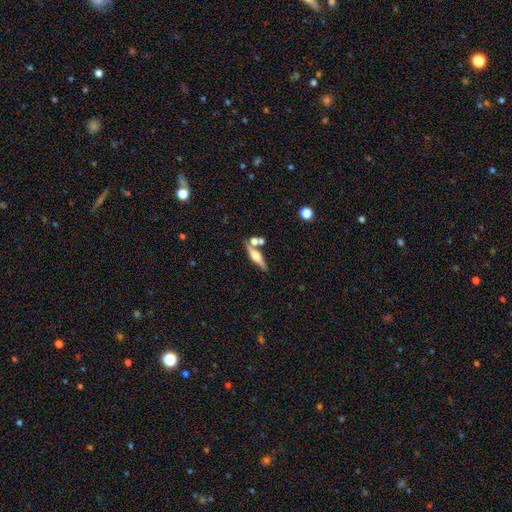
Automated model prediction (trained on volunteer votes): Smooth or featured?
  - featured or disk: 57% *
  - smooth: 35%
  - star or artifact: 7%
Edge-on disk?
  - yes: 93% *
  - no: 7%
Edge-on bulge?
  - rounded: 89% *
  - boxy: 7%
  - none: 4%
Merging?
  - none: 66% *
  - merger: 19%
  - minor disturbance: 11%
  - major disturbance: 4%